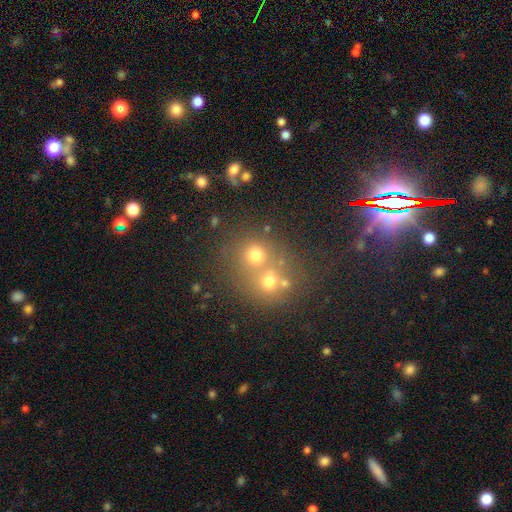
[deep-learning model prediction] This is possibly a smooth galaxy (46%). Merging: possibly merger (54%).